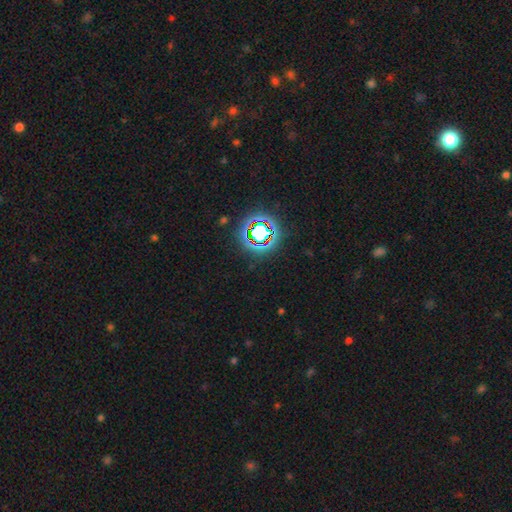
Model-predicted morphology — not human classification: Overall: star or artifact (80%).